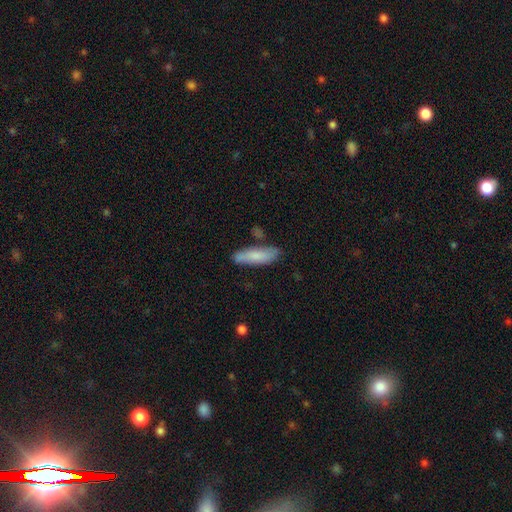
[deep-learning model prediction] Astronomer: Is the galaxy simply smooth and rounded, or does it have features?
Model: smooth — 78%.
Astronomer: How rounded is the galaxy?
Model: cigar-shaped — 62%.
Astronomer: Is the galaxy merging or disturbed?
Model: none — 75%.